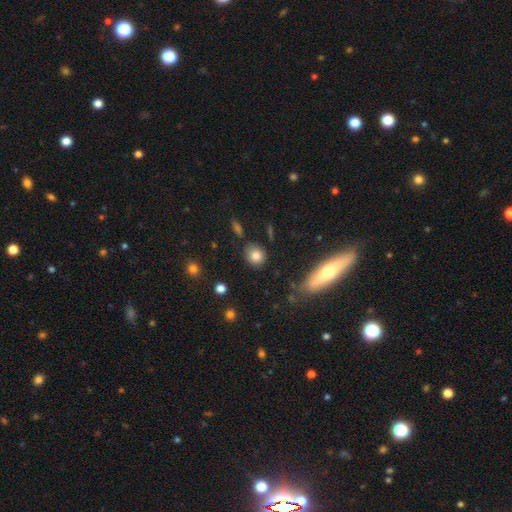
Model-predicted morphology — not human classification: Smooth or featured: smooth — 80% (star or artifact — 11%)
How rounded: round — 76% (in between — 22%)
Merging: none — 80% (minor disturbance — 12%)